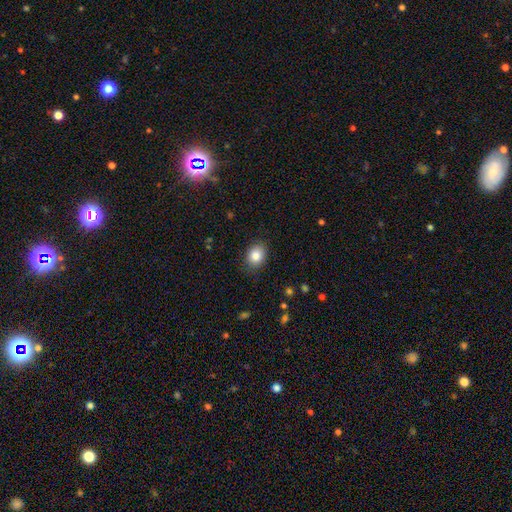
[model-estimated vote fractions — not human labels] Smooth or featured? smooth (84%)
How rounded? in between (56%)
Merging? none (85%)